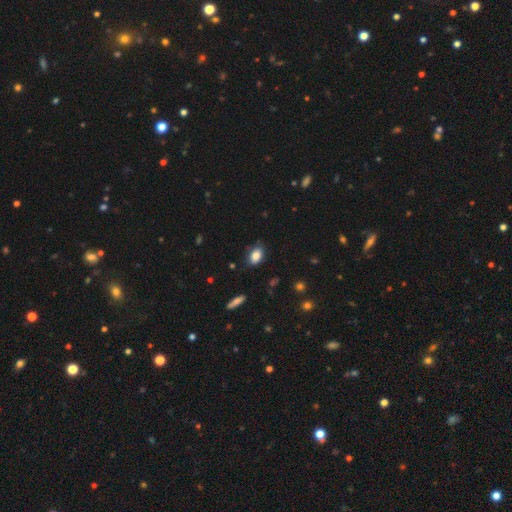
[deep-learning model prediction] This is clearly a smooth galaxy (84%). How rounded: clearly in between (87%). Merging: likely none (77%).